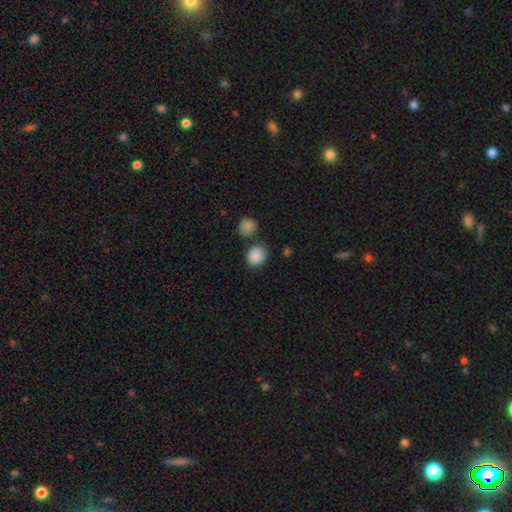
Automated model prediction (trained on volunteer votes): smooth_or_featured: smooth (p=0.88) [alt: star or artifact p=0.08]
how_rounded: round (p=0.69) [alt: in between p=0.30]
merging: none (p=0.71) [alt: minor disturbance p=0.14]